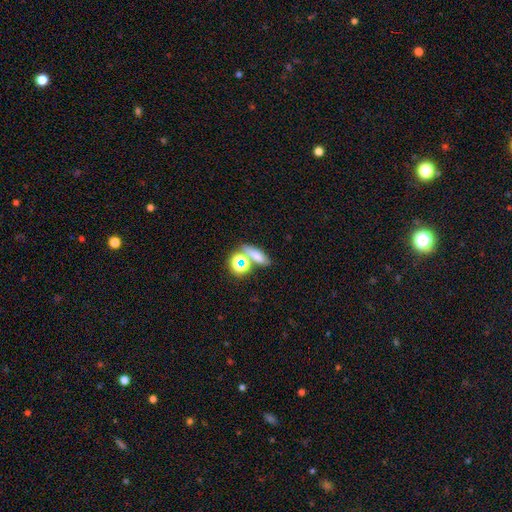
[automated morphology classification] type=smooth (64%); roundness=in between (50%); merging=none (59%).